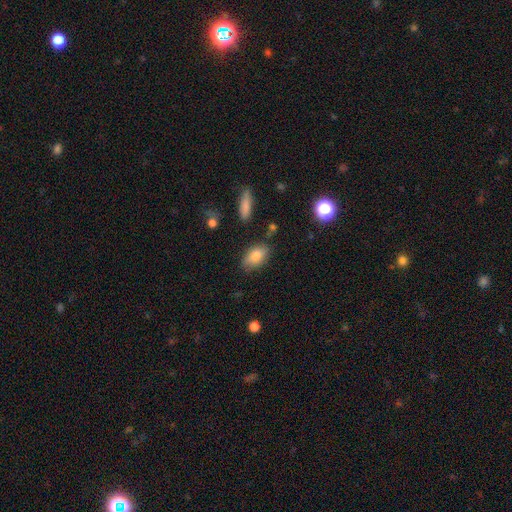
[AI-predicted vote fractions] Morphology: type=smooth (81%); roundness=in between (89%); merging=none (79%).